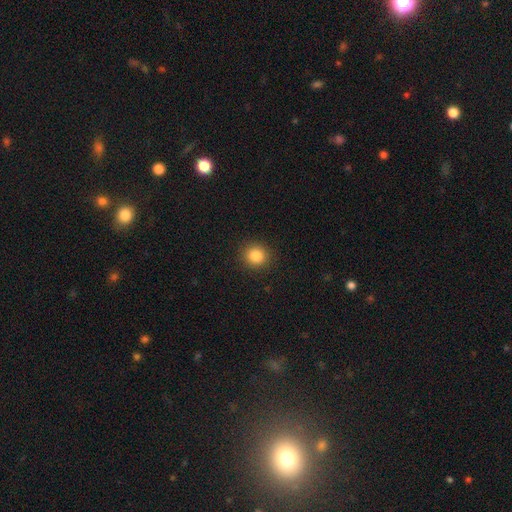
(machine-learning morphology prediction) This is clearly a smooth galaxy (85%). How rounded: clearly round (88%). Merging: clearly none (91%).